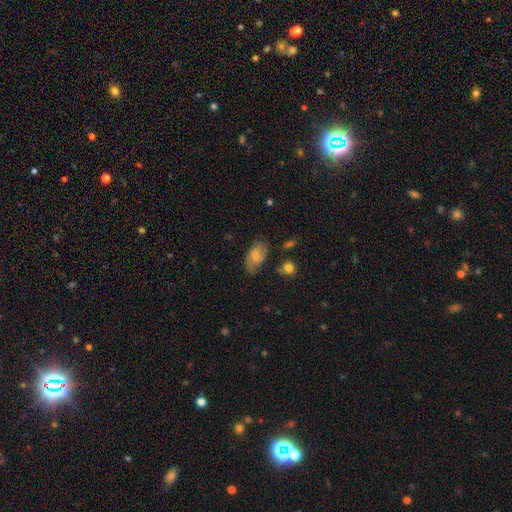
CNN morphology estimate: Smooth or featured? smooth (53%)
How rounded? in between (90%)
Merging? none (57%)